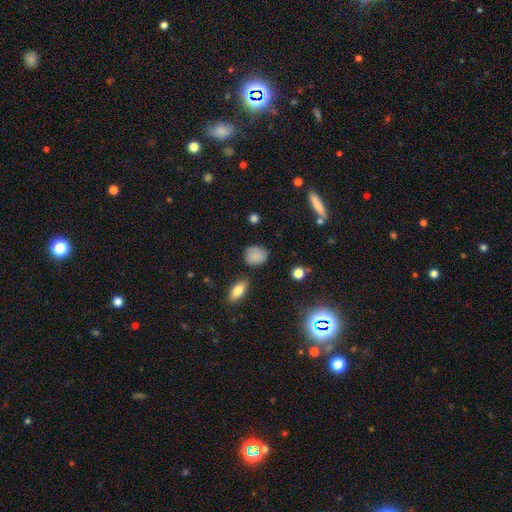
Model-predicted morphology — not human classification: The model was most divided on "how rounded": round: 61%, in between: 37%, cigar-shaped: 2%. More confident: smooth or featured — smooth (82%); merging — none (76%).